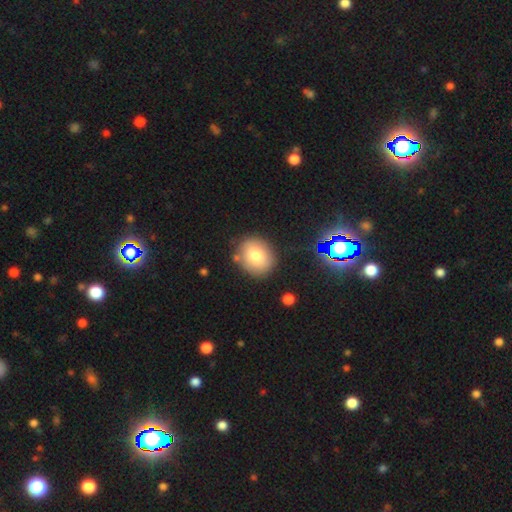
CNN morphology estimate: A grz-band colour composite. It shows a smooth galaxy with no disk features (77%) that is round (60%). Merging: none (82%).